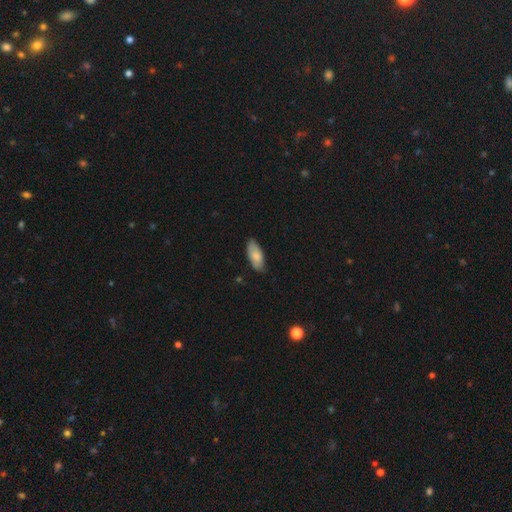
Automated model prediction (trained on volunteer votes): smooth-or-featured: smooth: 78% | featured or disk: 16% | star or artifact: 6%
  how-rounded: in between: 85% | cigar-shaped: 13% | round: 2%
  merging: none: 78% | minor disturbance: 18% | major disturbance: 3% | merger: 1%